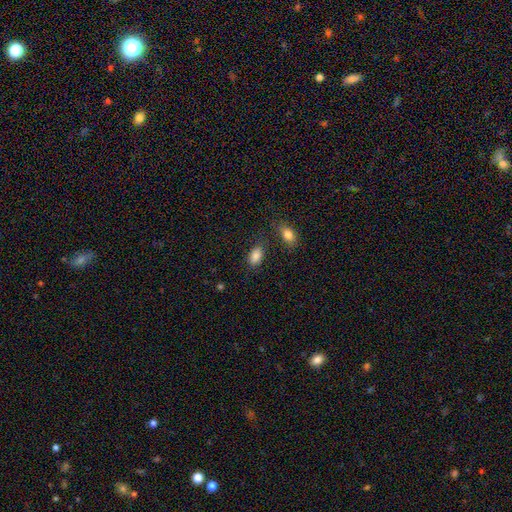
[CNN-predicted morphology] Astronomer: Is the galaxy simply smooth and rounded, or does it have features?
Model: smooth — 86%.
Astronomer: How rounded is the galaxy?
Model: in between — 92%.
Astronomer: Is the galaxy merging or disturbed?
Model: none — 78%.